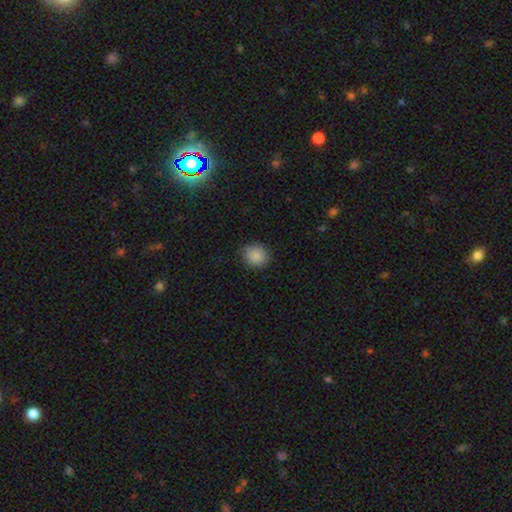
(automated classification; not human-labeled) A smooth galaxy with no disk features (88%) that is round (84%).

Vote fractions:
- Smooth or featured? smooth: 88% / star or artifact: 9% / featured or disk: 3%
- How rounded? round: 84% / in between: 15% / cigar-shaped: 1%
- Merging? none: 87% / minor disturbance: 10% / major disturbance: 2% / merger: 1%